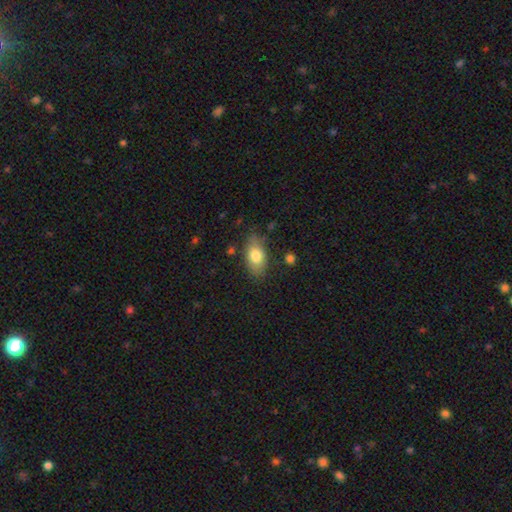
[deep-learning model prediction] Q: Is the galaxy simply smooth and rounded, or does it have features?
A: smooth — 78%.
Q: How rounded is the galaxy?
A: in between — 88%.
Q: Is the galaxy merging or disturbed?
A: none — 77%.